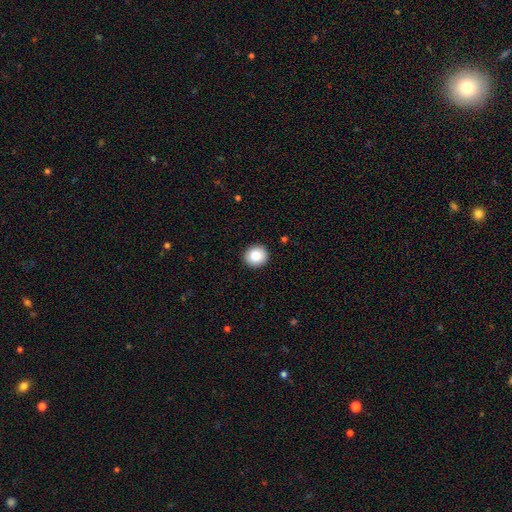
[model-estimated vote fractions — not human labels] Smooth or featured?
  - smooth: 87% *
  - star or artifact: 8%
  - featured or disk: 4%
How rounded?
  - round: 88% *
  - in between: 11%
  - cigar-shaped: 1%
Merging?
  - none: 91% *
  - minor disturbance: 6%
  - major disturbance: 2%
  - merger: 1%